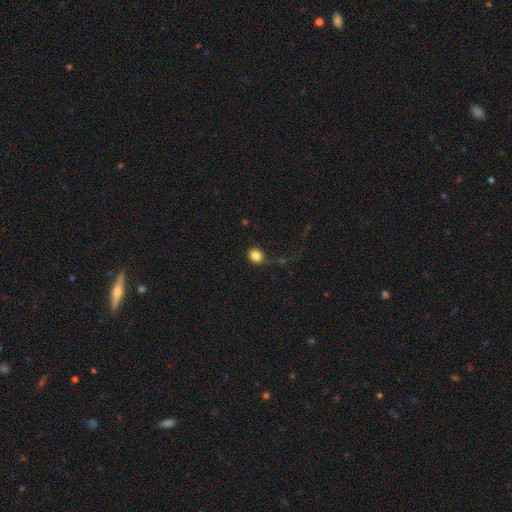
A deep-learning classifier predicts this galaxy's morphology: This is clearly a smooth galaxy (85%). How rounded: likely round (75%). Merging: clearly none (80%).